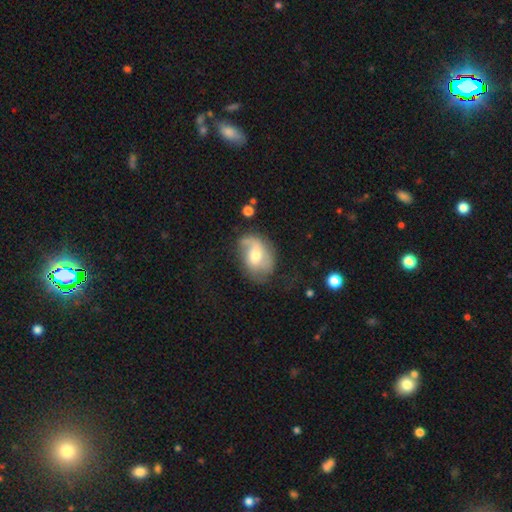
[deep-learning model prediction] smooth-or-featured: featured or disk: 56% | smooth: 35% | star or artifact: 8%
  disk-edge-on: no: 95% | yes: 5%
    bar: no: 53% | weak: 37% | strong: 9%
    has-spiral-arms: yes: 79% | no: 21%
    bulge-size: moderate: 64% | small: 26% | large: 7% | none: 2% | dominant: 1%
  merging: none: 52% | minor disturbance: 27% | major disturbance: 18% | merger: 3%